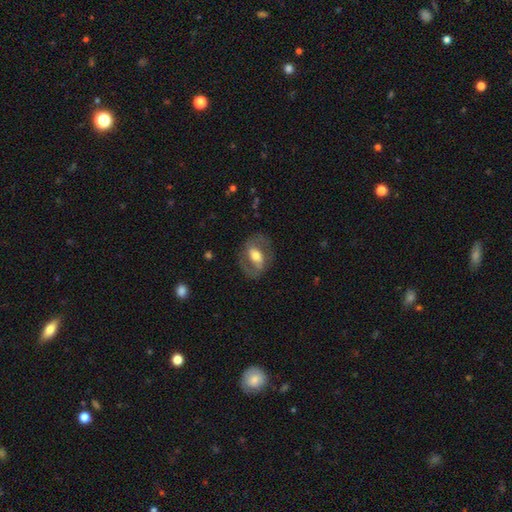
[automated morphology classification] The model was most divided on "bar" (2-way tie): no: 34%, weak: 34%, strong: 32%. More confident: edge-on disk — no (92%); merging — none (72%); bulge size — moderate (61%); smooth or featured — featured or disk (57%); spiral arms — yes (52%).